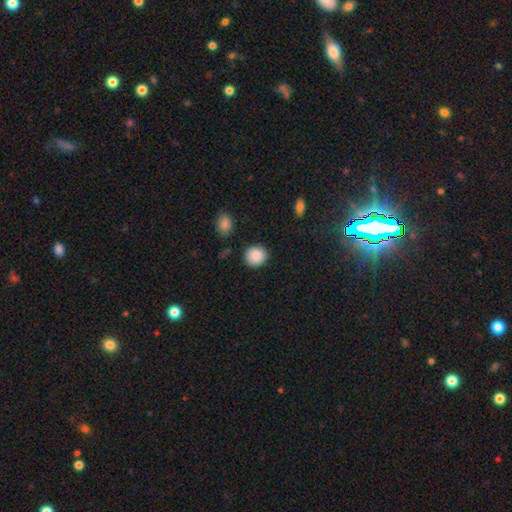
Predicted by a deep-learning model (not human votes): Smooth or featured? Predicted: smooth (p=0.88). How rounded? Predicted: round (p=0.89). Merging? Predicted: none (p=0.88).